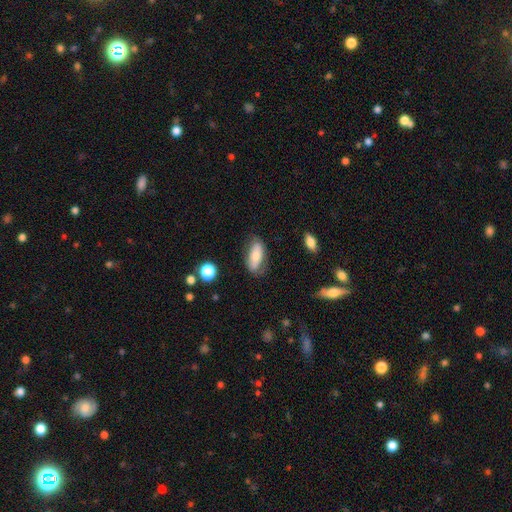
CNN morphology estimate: The model was most divided on "smooth or featured": smooth: 69%, featured or disk: 24%, star or artifact: 7%. More confident: how rounded — in between (79%); merging — none (71%).